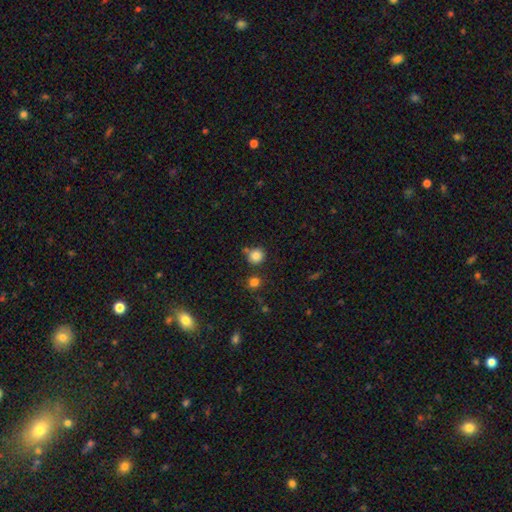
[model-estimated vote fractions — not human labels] Overall: smooth (83%). How rounded: round (90%). Merging: none (74%).